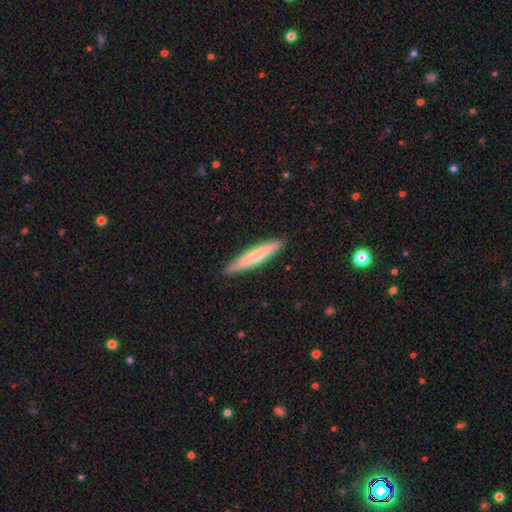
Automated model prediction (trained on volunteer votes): smooth 62%, featured or disk 32%, star or artifact 5%. Down the decision tree: how rounded — cigar-shaped (94%); merging — none (90%).